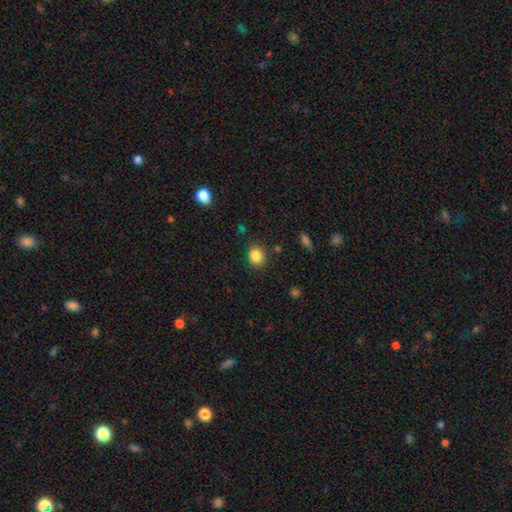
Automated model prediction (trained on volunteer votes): smooth_or_featured: smooth (p=0.85) [alt: star or artifact p=0.10]
how_rounded: round (p=0.70) [alt: in between p=0.29]
merging: none (p=0.83) [alt: minor disturbance p=0.11]